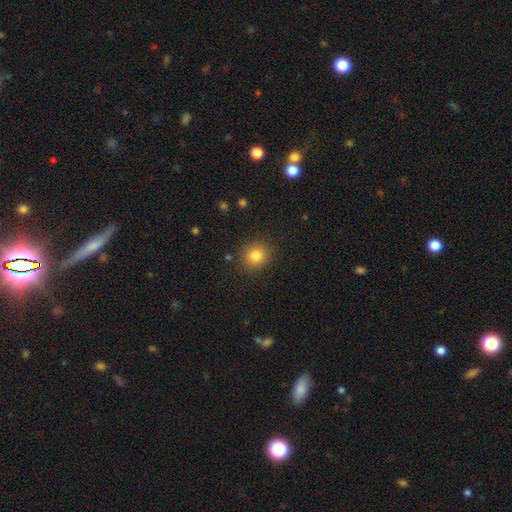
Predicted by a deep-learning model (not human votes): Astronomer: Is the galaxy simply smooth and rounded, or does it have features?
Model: smooth — 82%.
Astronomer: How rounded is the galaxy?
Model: round — 84%.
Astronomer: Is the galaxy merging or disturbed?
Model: none — 89%.